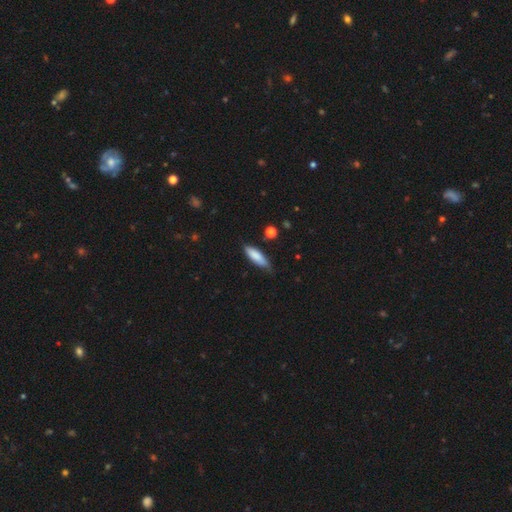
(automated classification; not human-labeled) Smooth or featured? Predicted: smooth (p=0.82). How rounded? Predicted: cigar-shaped (p=0.52). Merging? Predicted: none (p=0.72).